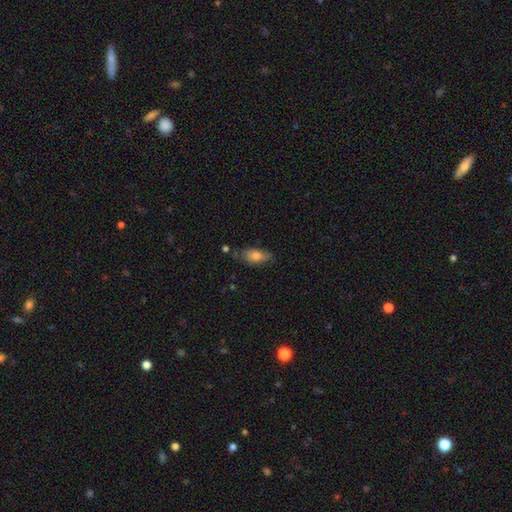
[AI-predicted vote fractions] Smooth or featured?
  - smooth: 76% *
  - featured or disk: 17%
  - star or artifact: 7%
How rounded?
  - in between: 86% *
  - cigar-shaped: 10%
  - round: 4%
Merging?
  - none: 68% *
  - minor disturbance: 23%
  - major disturbance: 5%
  - merger: 4%